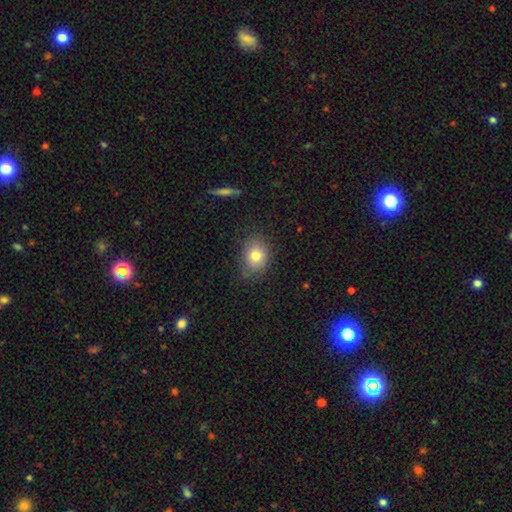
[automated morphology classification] smooth-or-featured: smooth: 78% | featured or disk: 11% | star or artifact: 11%
  how-rounded: in between: 56% | round: 43% | cigar-shaped: 1%
  merging: none: 76% | minor disturbance: 18% | major disturbance: 5% | merger: 2%